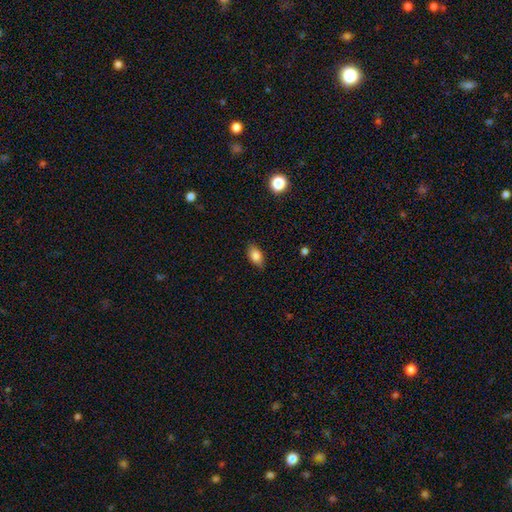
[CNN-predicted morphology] Smooth or featured? Predicted: smooth (p=0.82). How rounded? Predicted: in between (p=0.88). Merging? Predicted: none (p=0.83).